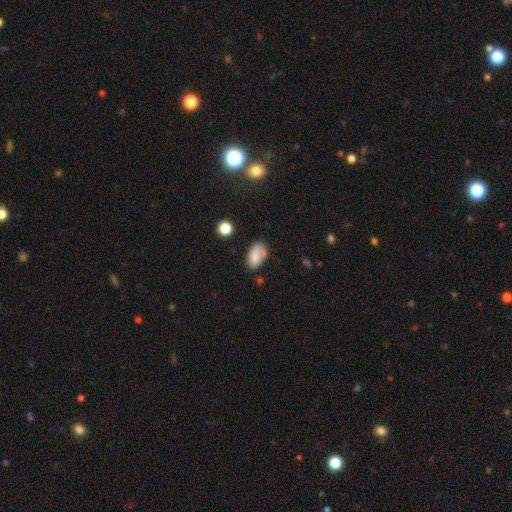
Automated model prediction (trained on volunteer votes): Smooth or featured? smooth (80%)
How rounded? in between (90%)
Merging? none (61%)